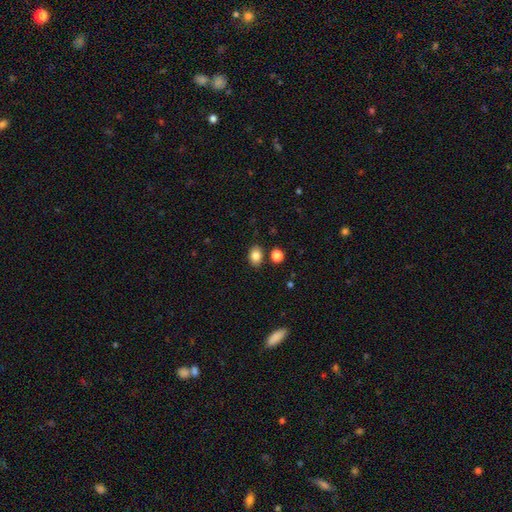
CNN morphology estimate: Smooth or featured?
  - smooth: 85% *
  - star or artifact: 10%
  - featured or disk: 6%
How rounded?
  - in between: 71% *
  - round: 28%
  - cigar-shaped: 1%
Merging?
  - none: 81% *
  - minor disturbance: 10%
  - merger: 6%
  - major disturbance: 3%